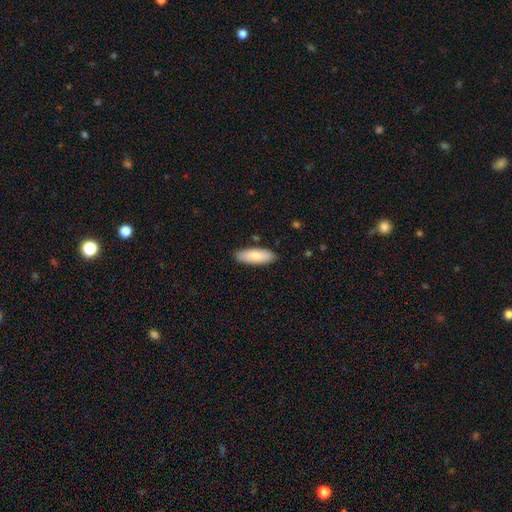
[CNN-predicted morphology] This is clearly a smooth galaxy (82%). How rounded: likely in between (69%). Merging: clearly none (87%).